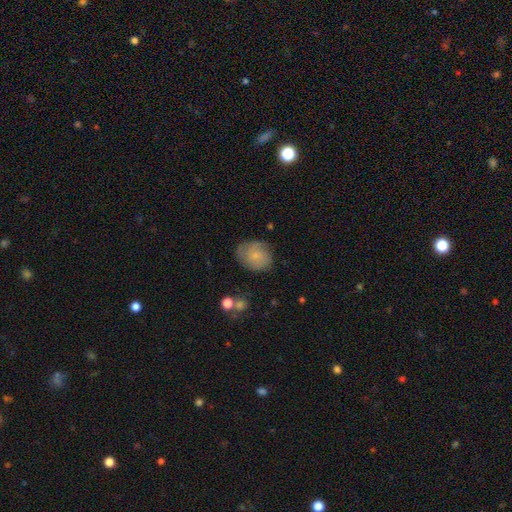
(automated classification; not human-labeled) Smooth or featured: smooth — 60% (featured or disk — 32%)
How rounded: round — 55% (in between — 44%)
Merging: none — 65% (minor disturbance — 25%)